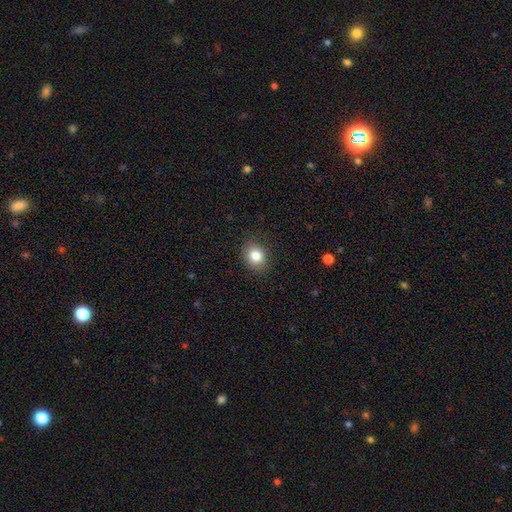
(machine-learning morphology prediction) Overall: smooth (83%). How rounded: round (55%; in between 44%). Merging: none (87%).